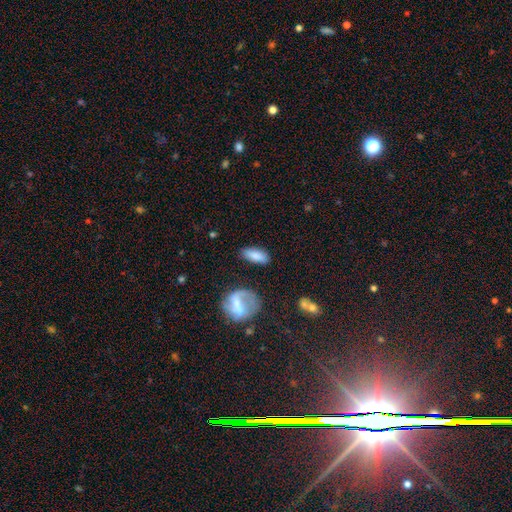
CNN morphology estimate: The model was most divided on "how rounded": in between: 75%, cigar-shaped: 22%, round: 3%. More confident: smooth or featured — smooth (80%); merging — none (80%).